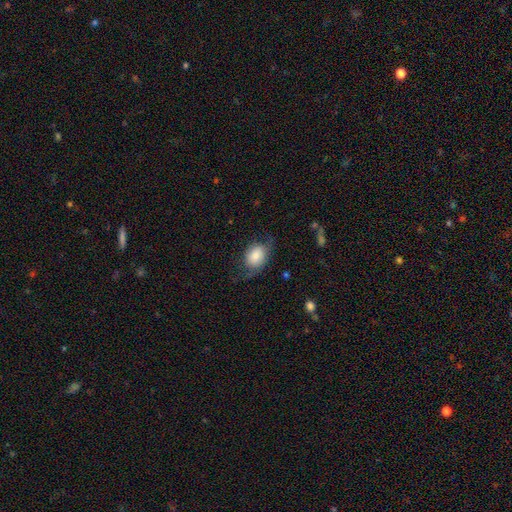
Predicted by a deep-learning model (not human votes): A smooth galaxy with no disk features (65%) that is in between round and cigar-shaped (64%).

Vote fractions:
- Smooth or featured? smooth: 65% / featured or disk: 27% / star or artifact: 8%
- How rounded? in between: 64% / round: 35% / cigar-shaped: 1%
- Merging? none: 51% / minor disturbance: 28% / major disturbance: 19% / merger: 2%